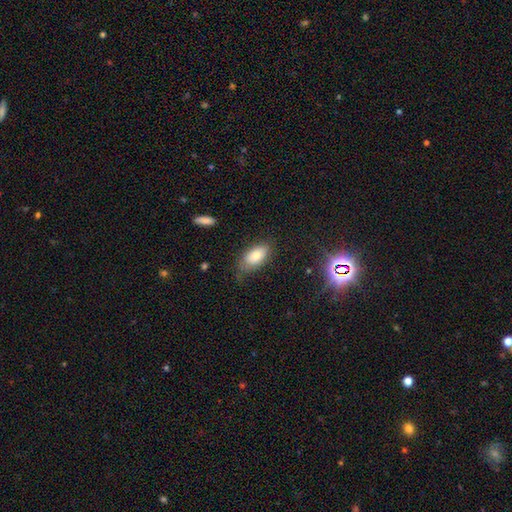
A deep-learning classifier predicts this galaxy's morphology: A smooth galaxy with no disk features (79%) that is in between round and cigar-shaped (91%).

Vote fractions:
- Smooth or featured? smooth: 79% / featured or disk: 13% / star or artifact: 8%
- How rounded? in between: 91% / cigar-shaped: 5% / round: 4%
- Merging? none: 66% / minor disturbance: 25% / major disturbance: 7% / merger: 2%